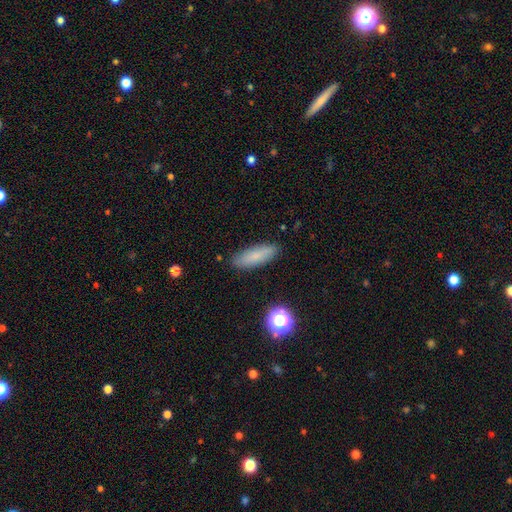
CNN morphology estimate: A smooth galaxy with no disk features (78%) that is cigar-shaped (50%). Merging: none (88%).